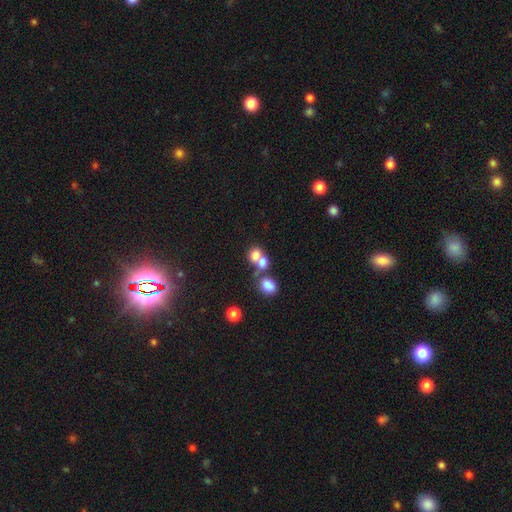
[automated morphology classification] Smooth or featured?
  - smooth: 73% *
  - featured or disk: 14%
  - star or artifact: 13%
How rounded?
  - round: 57% *
  - in between: 41%
  - cigar-shaped: 1%
Merging?
  - merger: 57% *
  - none: 31%
  - minor disturbance: 7%
  - major disturbance: 5%